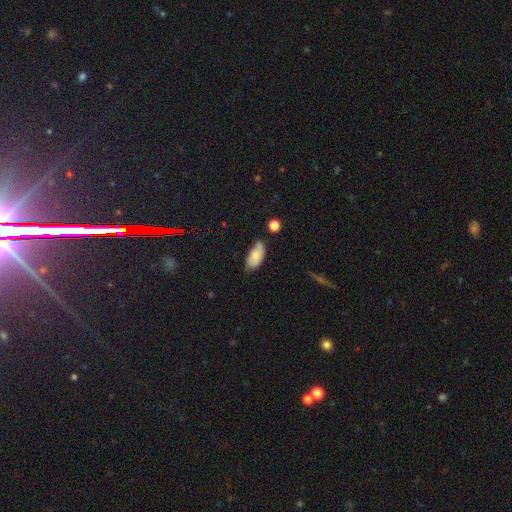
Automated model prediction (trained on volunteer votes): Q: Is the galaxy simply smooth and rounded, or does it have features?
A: smooth — 79%.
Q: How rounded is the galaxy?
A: in between — 92%.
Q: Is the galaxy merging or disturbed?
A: none — 46%.